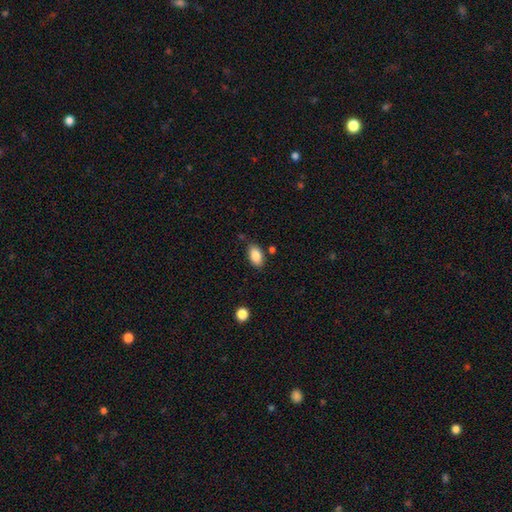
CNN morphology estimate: A smooth galaxy with no disk features (86%) that is in between round and cigar-shaped (93%). Merging: none (80%).